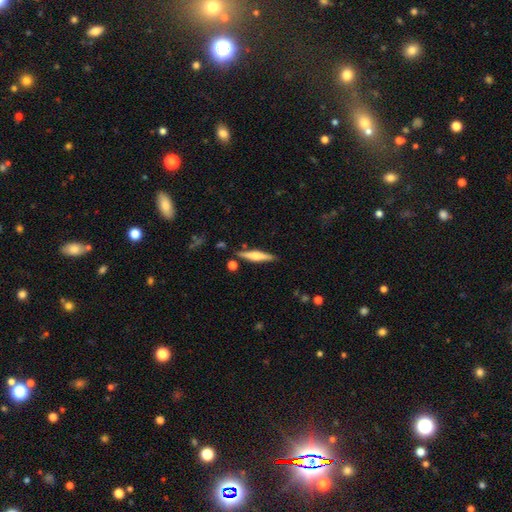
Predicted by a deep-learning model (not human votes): Overall: featured or disk (55%; smooth 39%). Edge-on disk: yes (97%). Edge-on bulge: rounded (79%). Merging: none (85%).